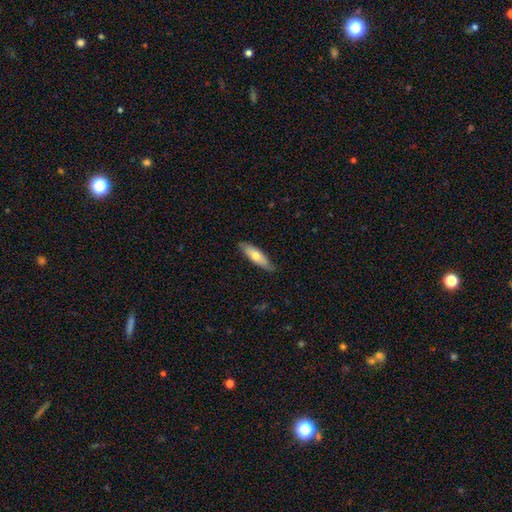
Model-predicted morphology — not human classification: Q: Smooth or featured?
A: smooth (63%); runner-up: featured or disk (32%)
Q: How rounded?
A: cigar-shaped (54%); runner-up: in between (44%)
Q: Merging?
A: none (81%); runner-up: minor disturbance (16%)